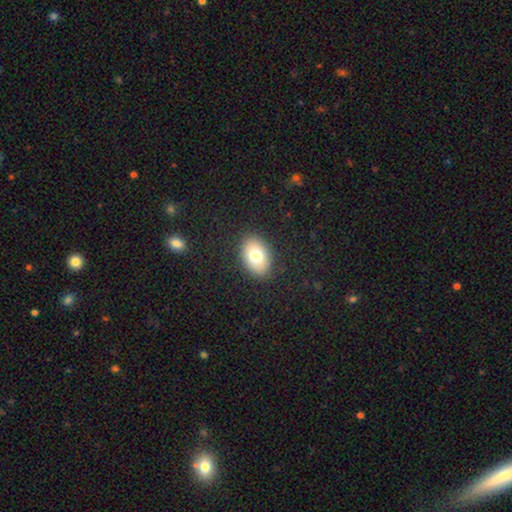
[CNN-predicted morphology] Smooth or featured? Predicted: smooth (p=0.76). How rounded? Predicted: in between (p=0.79). Merging? Predicted: none (p=0.88).